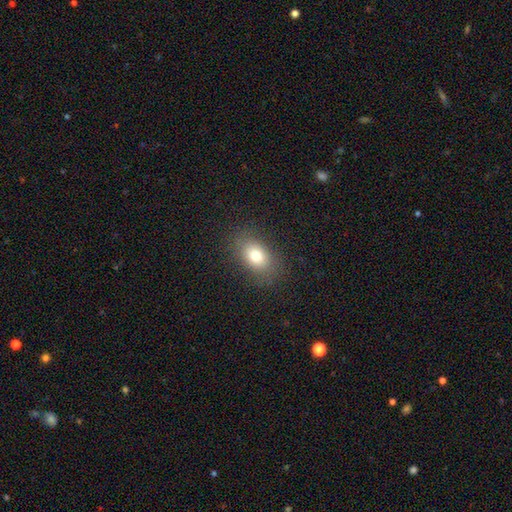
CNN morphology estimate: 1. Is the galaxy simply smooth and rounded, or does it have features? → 78% smooth, 11% star or artifact, 10% featured or disk.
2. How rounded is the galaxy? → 80% in between, 18% round, 2% cigar-shaped.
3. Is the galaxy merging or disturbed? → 84% none, 11% minor disturbance, 4% major disturbance, 1% merger.